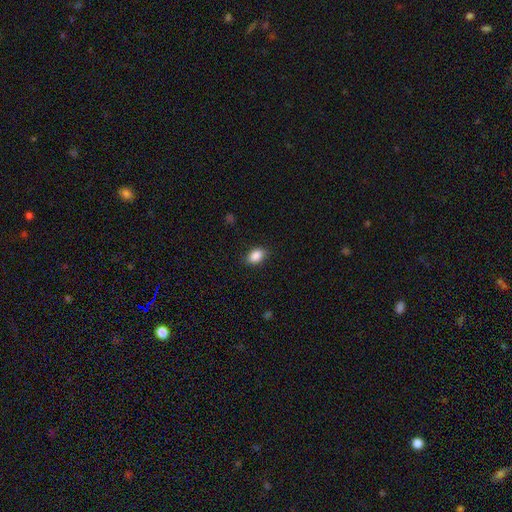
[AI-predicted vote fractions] Overall: smooth (88%). How rounded: in between (82%). Merging: none (85%).